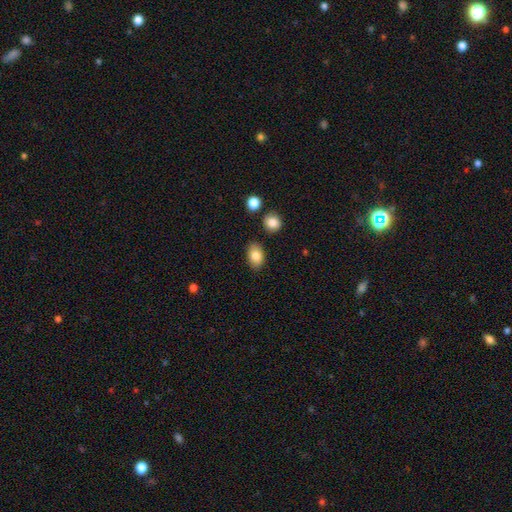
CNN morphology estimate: smooth-or-featured: smooth: 85% | star or artifact: 8% | featured or disk: 8%
  how-rounded: in between: 86% | round: 13% | cigar-shaped: 1%
  merging: none: 84% | minor disturbance: 11% | merger: 3% | major disturbance: 2%